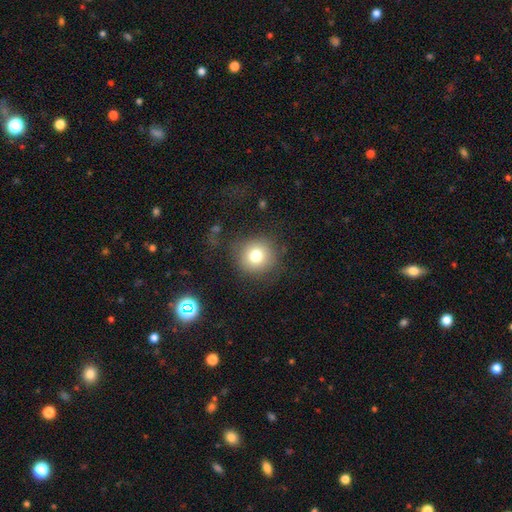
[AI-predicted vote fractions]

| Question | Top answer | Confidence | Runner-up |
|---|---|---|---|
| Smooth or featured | smooth | 77% | star or artifact (12%) |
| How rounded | round | 91% | in between (8%) |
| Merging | none | 80% | minor disturbance (12%) |